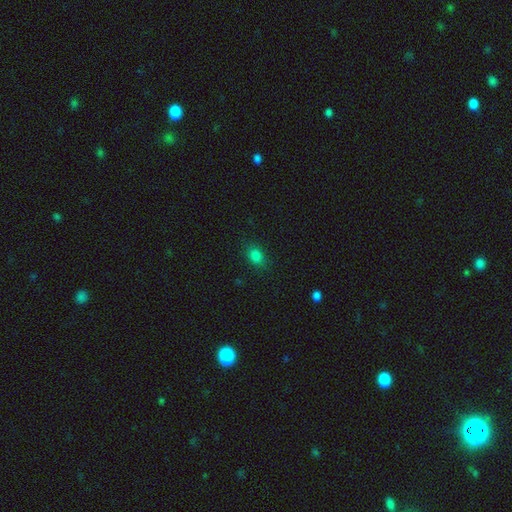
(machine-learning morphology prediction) This appears to be a smooth galaxy with no disk features (81%) that is in between round and cigar-shaped (73%). Merging: none (84%).